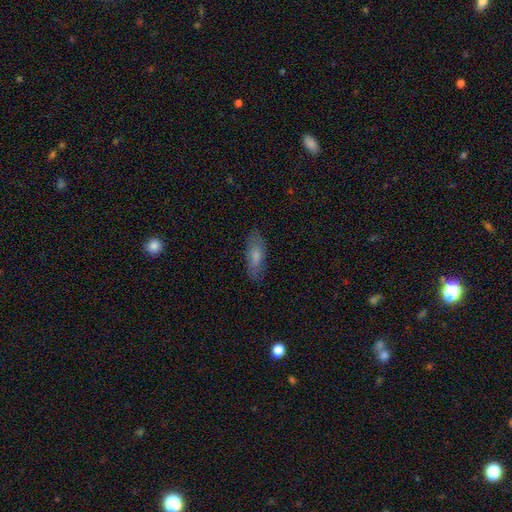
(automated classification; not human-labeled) smooth-or-featured: smooth: 72% | featured or disk: 21% | star or artifact: 7%
  how-rounded: in between: 73% | cigar-shaped: 24% | round: 2%
  merging: none: 80% | minor disturbance: 15% | major disturbance: 4% | merger: 1%